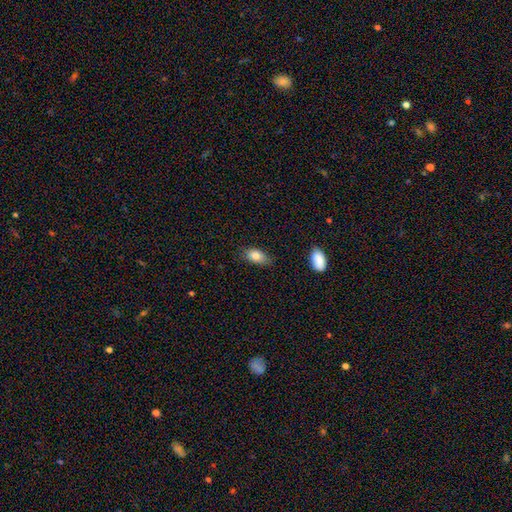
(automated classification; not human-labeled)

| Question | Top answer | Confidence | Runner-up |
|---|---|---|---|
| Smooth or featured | smooth | 81% | featured or disk (11%) |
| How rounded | in between | 89% | round (7%) |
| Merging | none | 73% | minor disturbance (22%) |